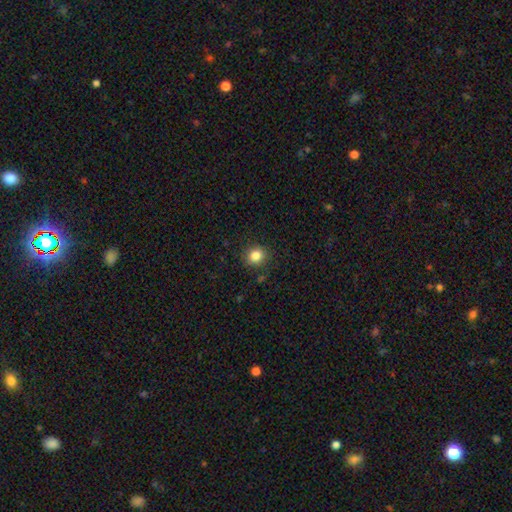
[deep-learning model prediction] A smooth galaxy with no disk features (84%) that is round (78%). Merging: none (88%).